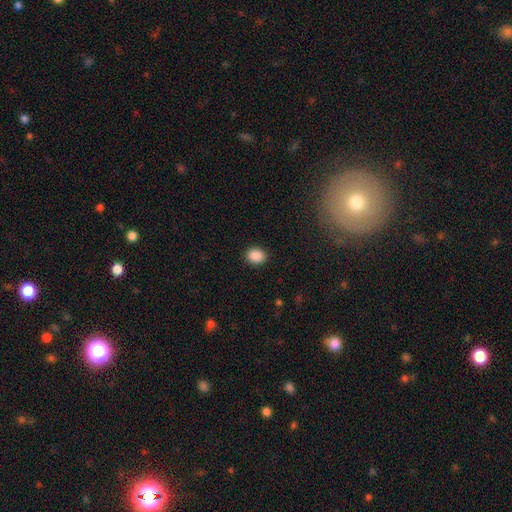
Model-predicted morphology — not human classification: smooth 89%, star or artifact 9%, featured or disk 2%. Down the decision tree: how rounded — round (57%); merging — none (90%).